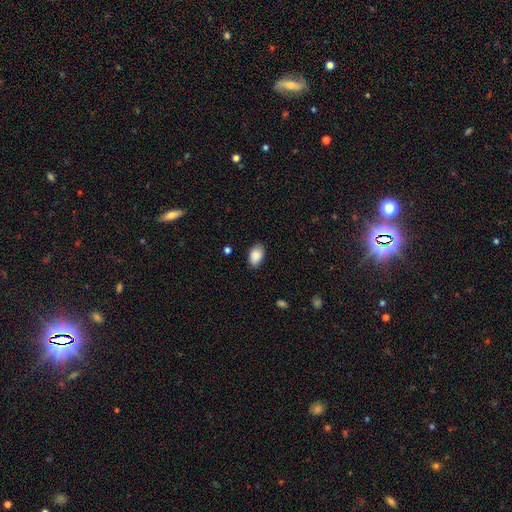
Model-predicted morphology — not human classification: type=smooth (89%); roundness=in between (90%); merging=none (85%).